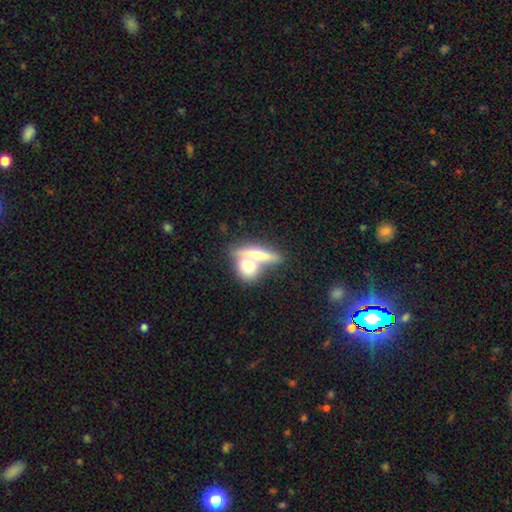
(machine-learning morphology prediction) Smooth or featured: smooth — 62% (featured or disk — 30%)
How rounded: in between — 40% (cigar-shaped — 31%)
Merging: merger — 52% (none — 33%)